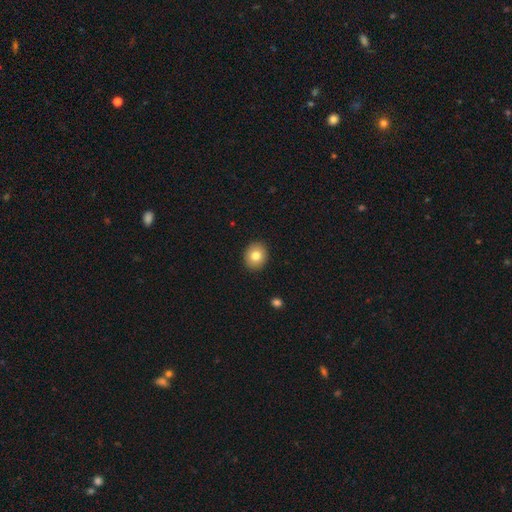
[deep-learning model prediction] This appears to be a smooth galaxy with no disk features (79%) that is round (69%). Merging: none (91%).